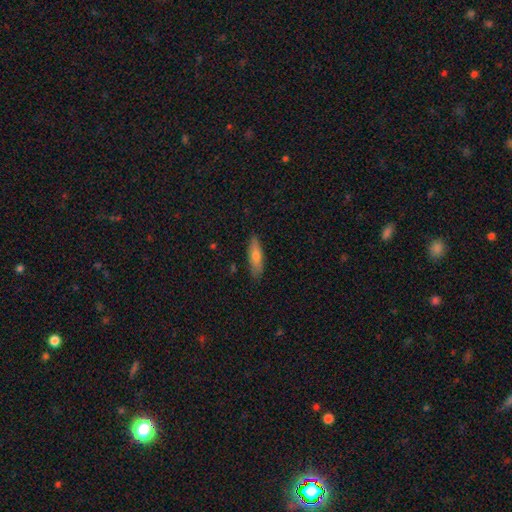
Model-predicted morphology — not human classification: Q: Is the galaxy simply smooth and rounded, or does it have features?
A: smooth — 68%.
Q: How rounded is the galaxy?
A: cigar-shaped — 59%.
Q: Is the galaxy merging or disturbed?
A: none — 85%.